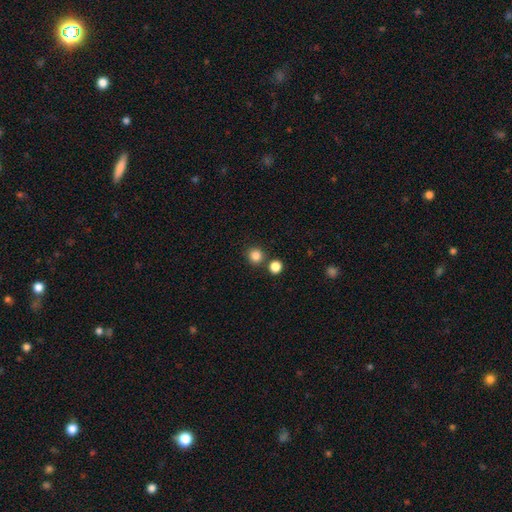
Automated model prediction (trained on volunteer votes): Morphology: type=smooth (84%); roundness=round (92%); merging=none (81%).